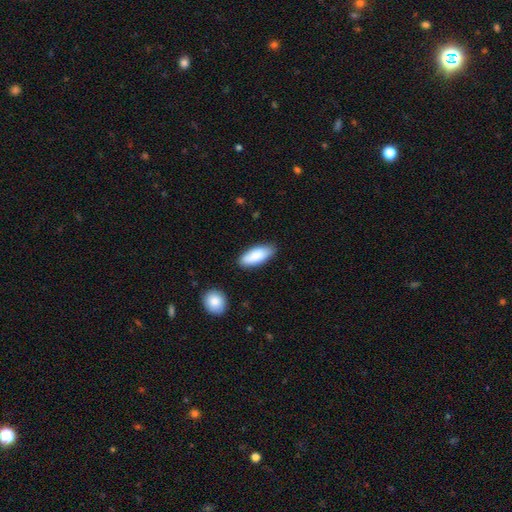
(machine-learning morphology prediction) type=smooth (86%); roundness=in between (76%); merging=none (81%).